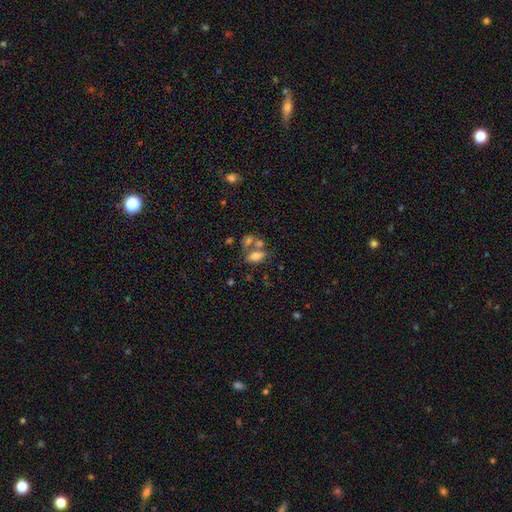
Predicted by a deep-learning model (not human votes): Overall: smooth (72%). How rounded: in between (86%). Merging: none (44%; merger 38%).